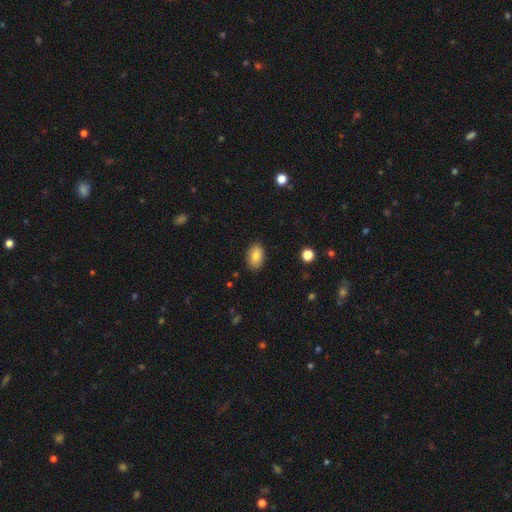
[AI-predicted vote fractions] This appears to be a smooth galaxy with no disk features (82%) that is in between round and cigar-shaped (88%). Merging: none (86%).